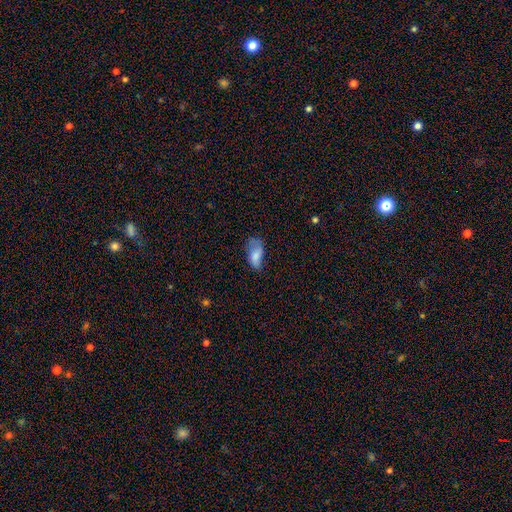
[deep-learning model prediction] Q: Smooth or featured?
A: smooth (72%); runner-up: featured or disk (20%)
Q: How rounded?
A: in between (90%); runner-up: cigar-shaped (6%)
Q: Merging?
A: none (37%); runner-up: minor disturbance (35%)